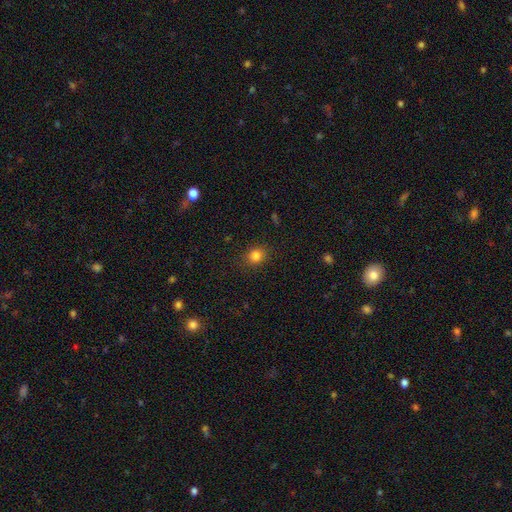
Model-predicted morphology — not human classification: This is clearly a smooth galaxy (83%). How rounded: likely round (72%). Merging: clearly none (88%).